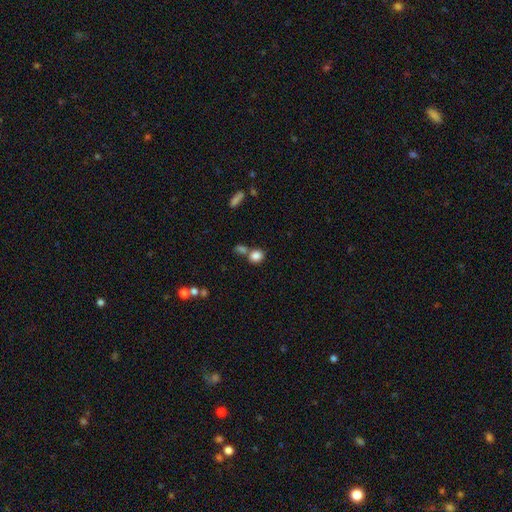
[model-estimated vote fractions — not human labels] smooth 84%, star or artifact 10%, featured or disk 6%. Down the decision tree: how rounded — round (68%); merging — none (53%).